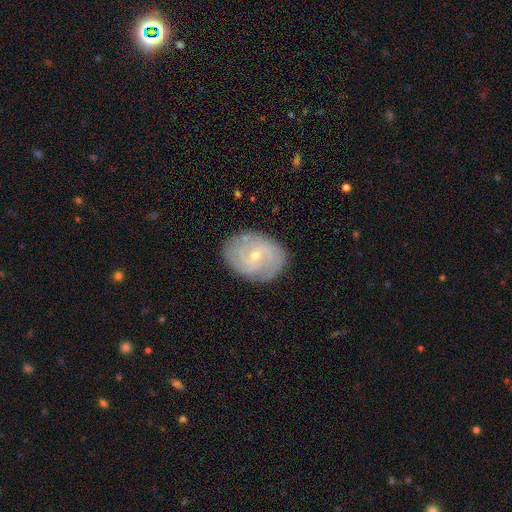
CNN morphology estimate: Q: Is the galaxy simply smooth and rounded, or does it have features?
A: featured or disk — 75%.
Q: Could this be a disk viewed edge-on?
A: no — 97%.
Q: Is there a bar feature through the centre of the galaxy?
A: no — 64%.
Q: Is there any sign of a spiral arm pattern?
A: yes — 88%.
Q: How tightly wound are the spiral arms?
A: tight — 65%.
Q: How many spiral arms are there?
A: can't tell — 38%.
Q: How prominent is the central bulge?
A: small — 67%.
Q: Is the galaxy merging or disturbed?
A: none — 81%.